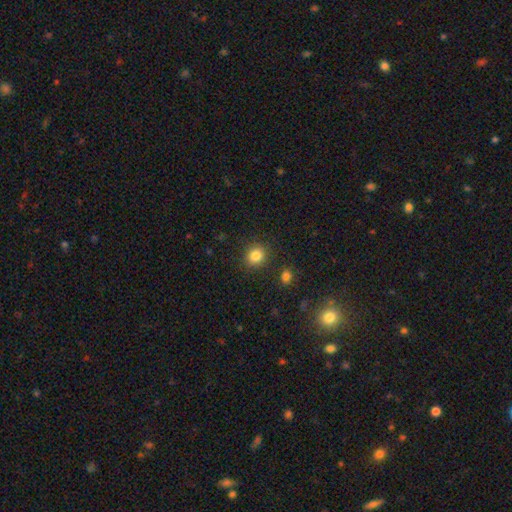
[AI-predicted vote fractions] The model was most divided on "how rounded": round: 76%, in between: 23%, cigar-shaped: 1%. More confident: merging — none (87%); smooth or featured — smooth (84%).